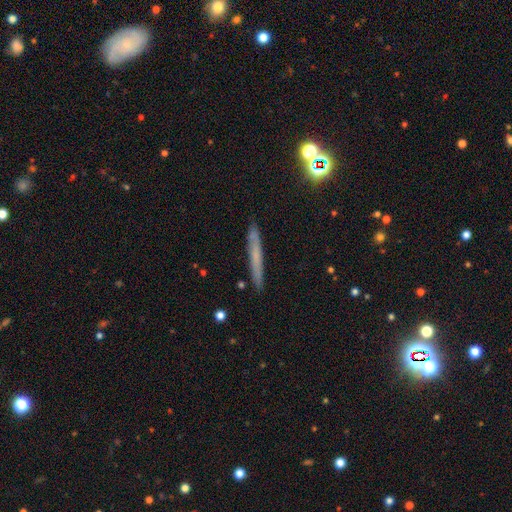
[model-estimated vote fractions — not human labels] A smooth galaxy with no disk features (52%) that is cigar-shaped (95%).

Vote fractions:
- Smooth or featured? smooth: 52% / featured or disk: 37% / star or artifact: 11%
- How rounded? cigar-shaped: 95% / in between: 3% / round: 2%
- Merging? none: 88% / minor disturbance: 8% / major disturbance: 2% / merger: 2%